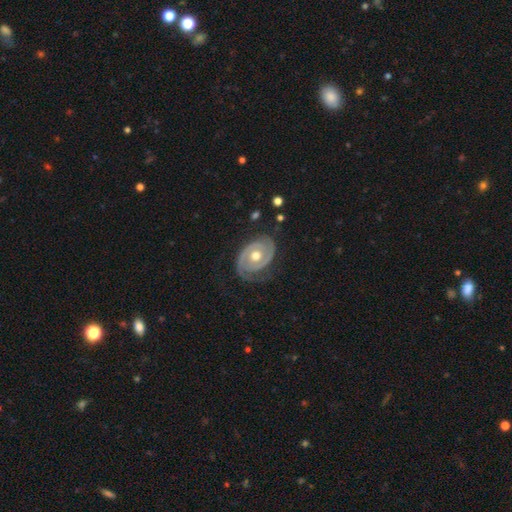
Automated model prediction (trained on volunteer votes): smooth_or_featured: featured or disk (p=0.88) [alt: smooth p=0.08]
disk_edge_on: no (p=0.97) [alt: yes p=0.03]
bar: no (p=0.72) [alt: weak p=0.21]
has_spiral_arms: yes (p=0.93) [alt: no p=0.07]
spiral_winding: tight (p=0.65) [alt: medium p=0.27]
spiral_arm_count: 2 (p=0.78) [alt: 1 p=0.10]
bulge_size: moderate (p=0.81) [alt: small p=0.10]
merging: none (p=0.72) [alt: minor disturbance p=0.18]